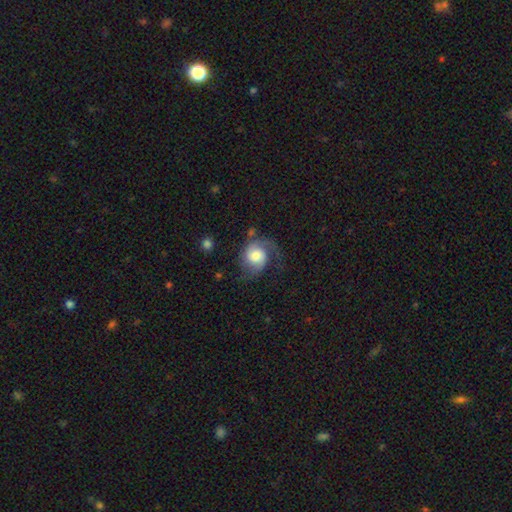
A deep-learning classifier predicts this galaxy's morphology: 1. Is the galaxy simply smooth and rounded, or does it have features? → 70% featured or disk, 24% smooth, 7% star or artifact.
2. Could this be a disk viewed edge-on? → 98% no, 2% yes.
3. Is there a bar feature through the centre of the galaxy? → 71% no, 26% weak, 4% strong.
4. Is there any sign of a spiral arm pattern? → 94% yes, 6% no.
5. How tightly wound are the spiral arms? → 44% medium, 34% loose, 22% tight.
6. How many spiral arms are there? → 66% 2, 23% 1, 5% can't tell, 3% 3, 1% 4, 1% more than 4.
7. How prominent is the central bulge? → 41% moderate, 35% large, 13% small, 6% dominant, 4% none.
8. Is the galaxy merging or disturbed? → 52% none, 23% major disturbance, 22% minor disturbance, 3% merger.